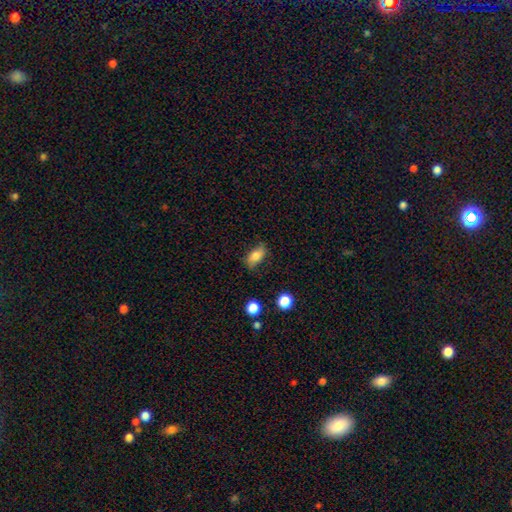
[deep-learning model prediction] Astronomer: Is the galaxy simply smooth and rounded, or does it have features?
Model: smooth — 79%.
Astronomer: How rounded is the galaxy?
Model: in between — 87%.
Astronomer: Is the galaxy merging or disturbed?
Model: none — 77%.